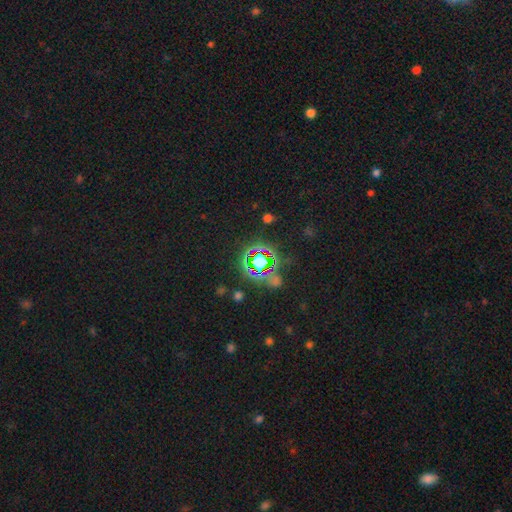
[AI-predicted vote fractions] Smooth or featured?
  - star or artifact: 73% *
  - smooth: 17%
  - featured or disk: 10%